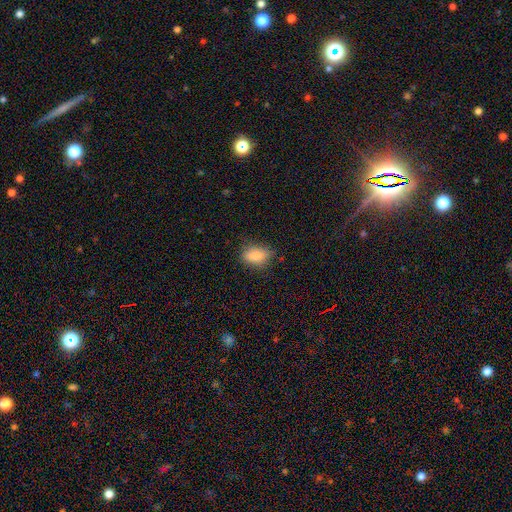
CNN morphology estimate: This appears to be a smooth galaxy with no disk features (82%) that is in between round and cigar-shaped (84%). Merging: none (72%).